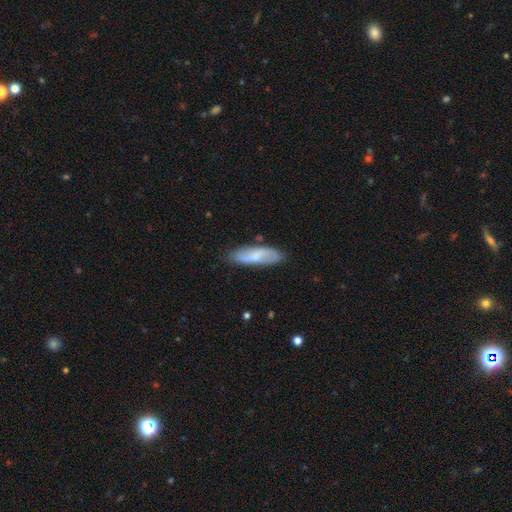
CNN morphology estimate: This is possibly a smooth galaxy (56%). How rounded: possibly in between (50%). Merging: likely none (77%).